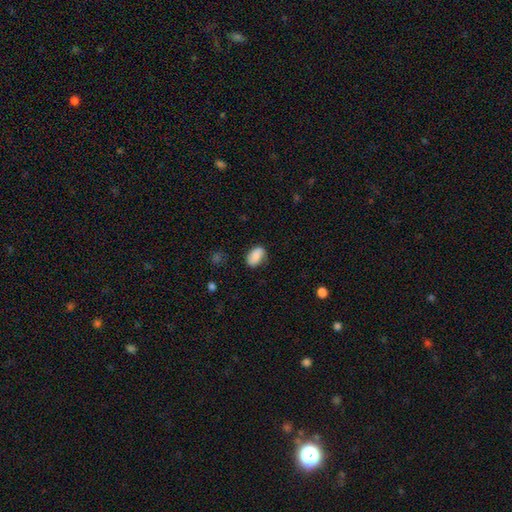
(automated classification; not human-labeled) smooth-or-featured: smooth: 75% | featured or disk: 17% | star or artifact: 8%
  how-rounded: in between: 88% | round: 11% | cigar-shaped: 1%
  merging: none: 69% | minor disturbance: 23% | major disturbance: 6% | merger: 2%